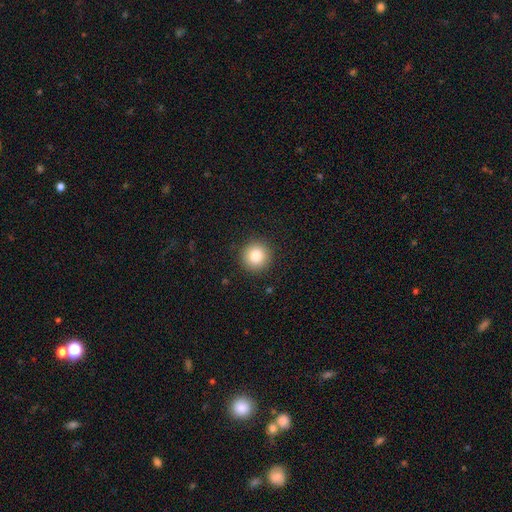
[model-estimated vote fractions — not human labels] smooth-or-featured: smooth: 82% | star or artifact: 10% | featured or disk: 7%
  how-rounded: round: 95% | in between: 4% | cigar-shaped: 1%
  merging: none: 91% | minor disturbance: 6% | major disturbance: 2% | merger: 1%